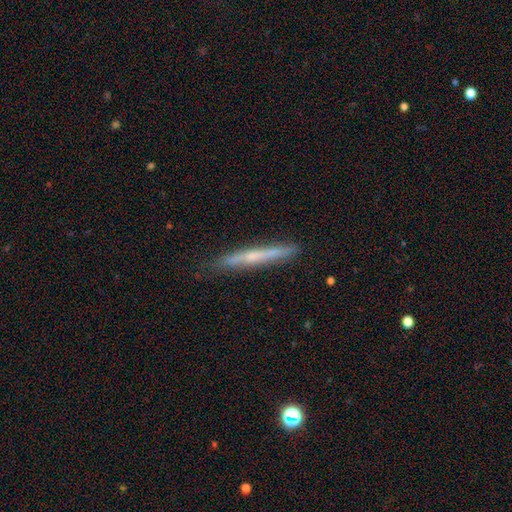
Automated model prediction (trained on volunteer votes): featured or disk 50%, smooth 43%, star or artifact 7%. Down the decision tree: edge-on disk — yes (94%); merging — none (84%).